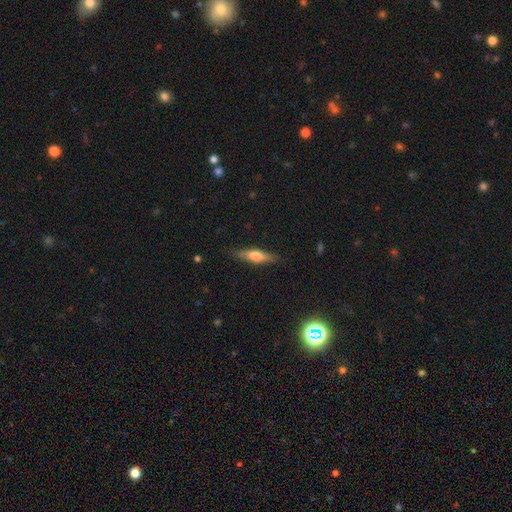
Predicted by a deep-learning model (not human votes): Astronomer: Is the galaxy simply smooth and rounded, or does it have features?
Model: smooth — 53% (runner-up: featured or disk, 40%).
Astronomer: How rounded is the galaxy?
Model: cigar-shaped — 70%.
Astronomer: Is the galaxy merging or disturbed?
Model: none — 84%.